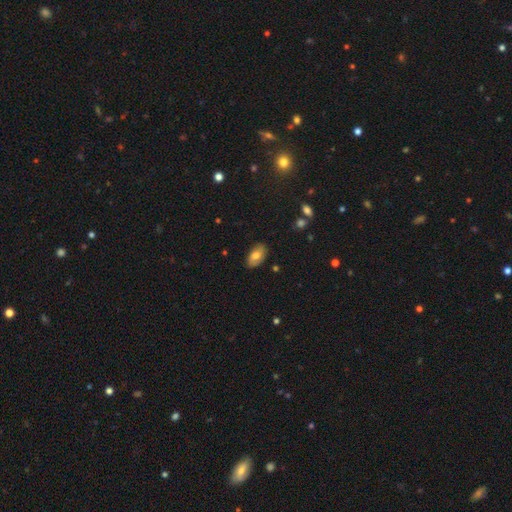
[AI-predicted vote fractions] Smooth or featured: smooth — 66% (featured or disk — 26%)
How rounded: in between — 93% (round — 5%)
Merging: none — 83% (minor disturbance — 14%)